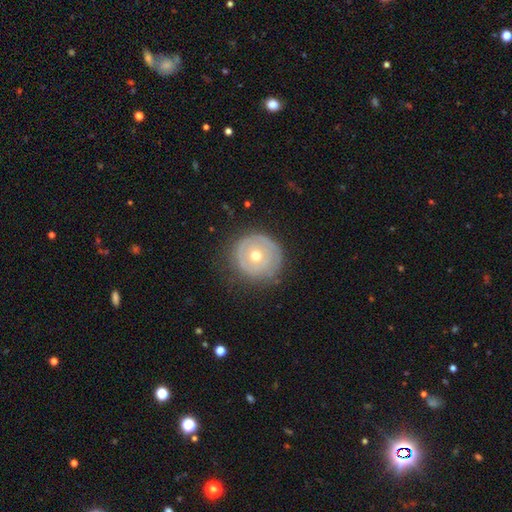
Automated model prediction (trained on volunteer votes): Morphology: type=featured or disk (55%); edge-on=no (95%); bar=no (90%); spiral arms=no (65%); bulge=moderate (68%); merging=none (74%).